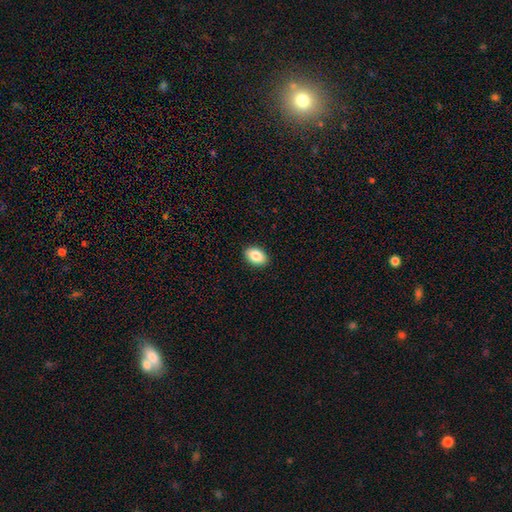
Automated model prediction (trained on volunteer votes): This is clearly a smooth galaxy (86%). How rounded: clearly in between (88%). Merging: clearly none (91%).